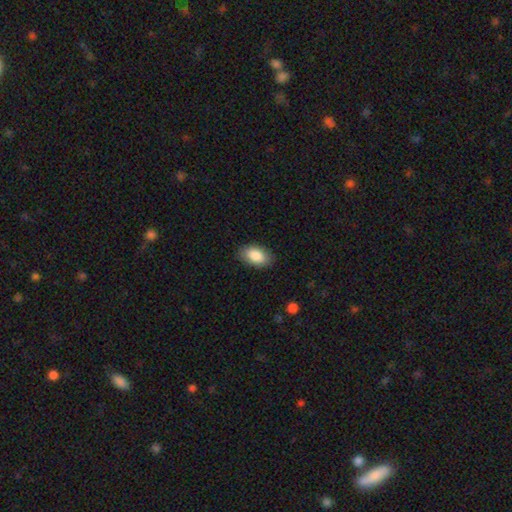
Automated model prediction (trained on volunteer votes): Q: Smooth or featured?
A: smooth (87%); runner-up: featured or disk (7%)
Q: How rounded?
A: in between (93%); runner-up: round (6%)
Q: Merging?
A: none (85%); runner-up: minor disturbance (11%)